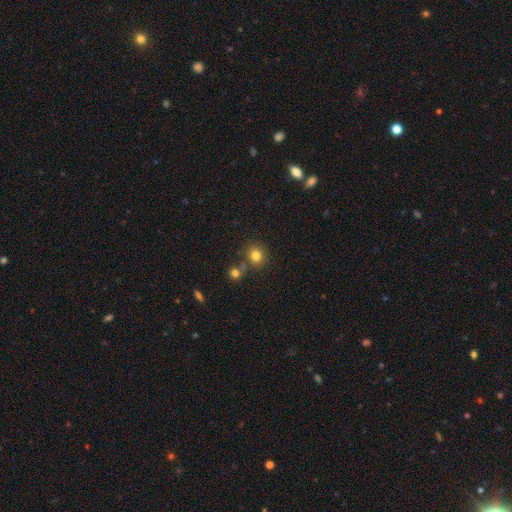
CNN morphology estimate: smooth_or_featured: smooth (p=0.80) [alt: star or artifact p=0.13]
how_rounded: round (p=0.88) [alt: in between p=0.12]
merging: none (p=0.70) [alt: merger p=0.16]